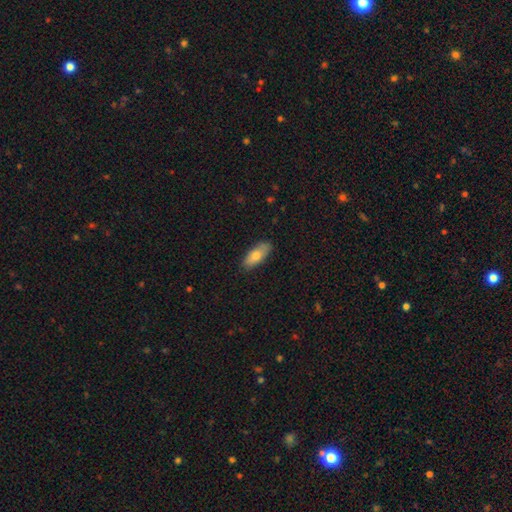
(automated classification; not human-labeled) Smooth or featured: smooth — 75% (featured or disk — 18%)
How rounded: in between — 80% (cigar-shaped — 18%)
Merging: none — 81% (minor disturbance — 15%)